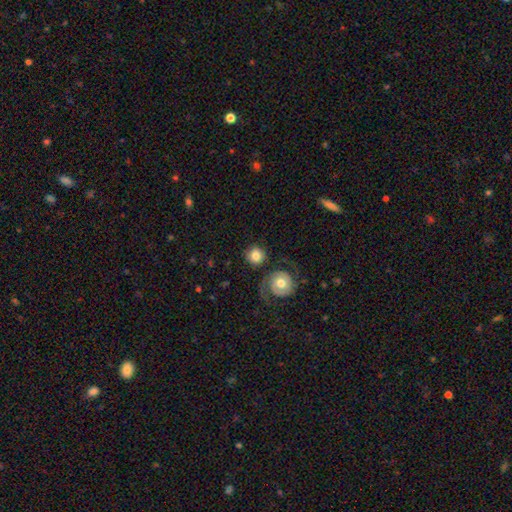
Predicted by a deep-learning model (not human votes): smooth-or-featured: smooth: 75% | featured or disk: 19% | star or artifact: 6%
  how-rounded: round: 90% | in between: 9% | cigar-shaped: 1%
  merging: none: 72% | minor disturbance: 11% | merger: 10% | major disturbance: 7%